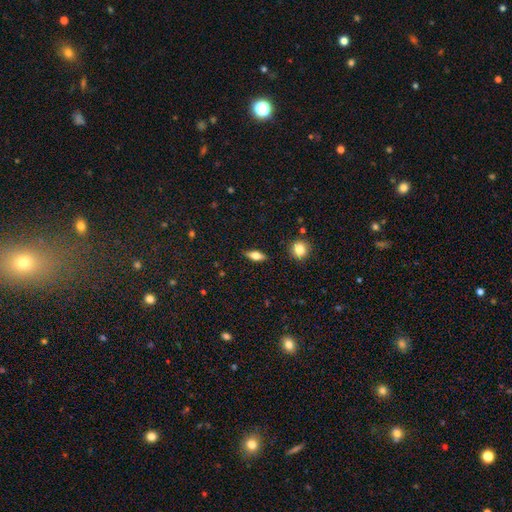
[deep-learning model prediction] Overall: smooth (63%; featured or disk 29%). How rounded: in between (73%). Merging: none (87%).